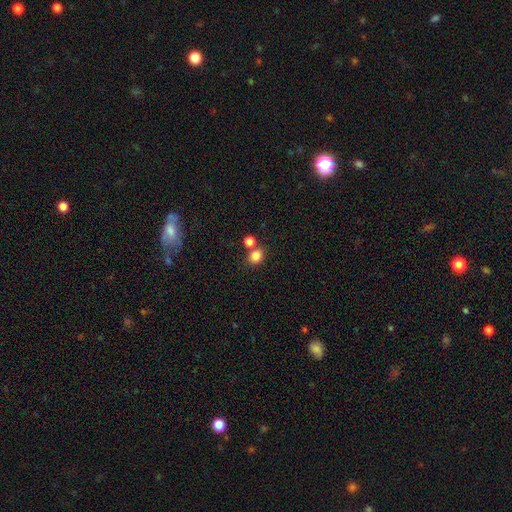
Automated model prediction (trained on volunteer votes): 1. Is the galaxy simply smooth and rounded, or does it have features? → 82% smooth, 12% star or artifact, 6% featured or disk.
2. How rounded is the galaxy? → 70% round, 29% in between, 1% cigar-shaped.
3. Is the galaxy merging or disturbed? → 63% none, 24% merger, 9% minor disturbance, 3% major disturbance.